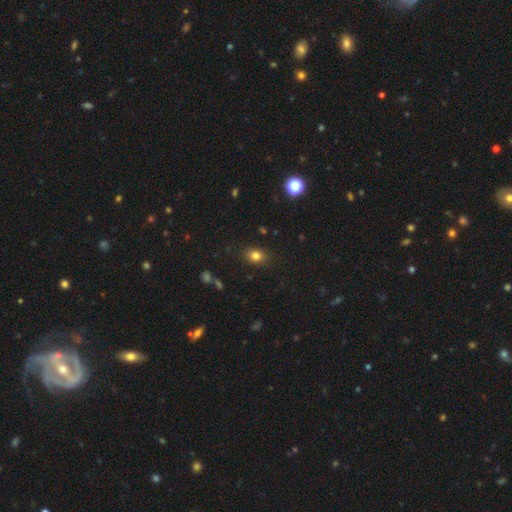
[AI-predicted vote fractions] Smooth or featured: smooth — 81% (star or artifact — 12%)
How rounded: in between — 65% (round — 33%)
Merging: none — 86% (minor disturbance — 10%)